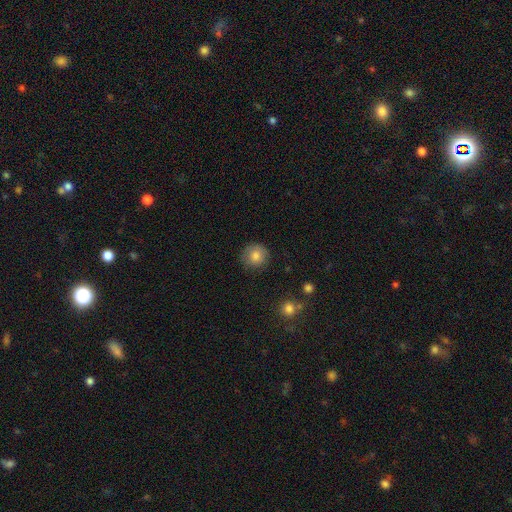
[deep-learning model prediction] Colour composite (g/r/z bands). It shows a smooth galaxy with no disk features (83%) that is round (94%). Merging: none (85%).